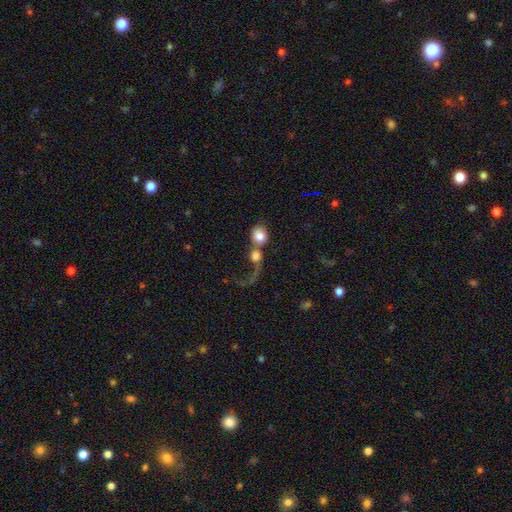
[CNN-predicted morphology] smooth 60%, featured or disk 30%, star or artifact 10%. Down the decision tree: how rounded — round (74%); merging — merger (62%).